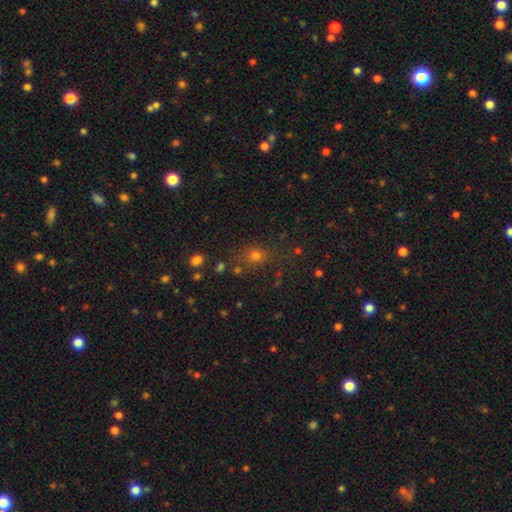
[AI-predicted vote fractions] Q: Smooth or featured?
A: smooth (64%); runner-up: star or artifact (26%)
Q: How rounded?
A: round (69%); runner-up: in between (30%)
Q: Merging?
A: none (75%); runner-up: minor disturbance (13%)